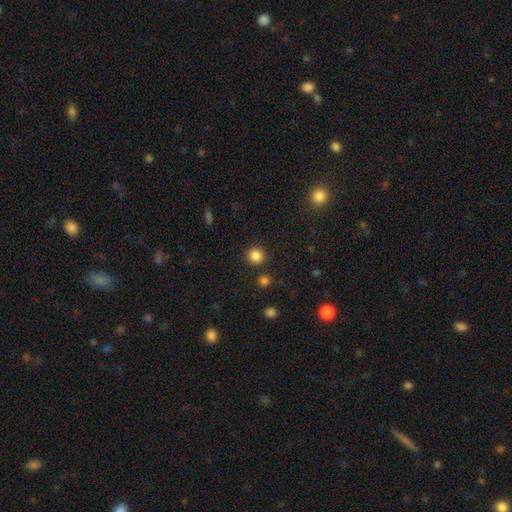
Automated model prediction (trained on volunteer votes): Smooth or featured?
  - smooth: 85% *
  - star or artifact: 12%
  - featured or disk: 3%
How rounded?
  - round: 93% *
  - in between: 6%
  - cigar-shaped: 1%
Merging?
  - none: 89% *
  - minor disturbance: 5%
  - merger: 3%
  - major disturbance: 2%